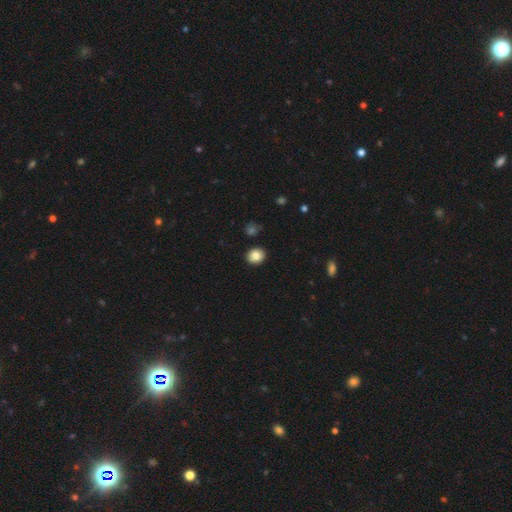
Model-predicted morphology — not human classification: smooth_or_featured: smooth (p=0.87) [alt: star or artifact p=0.09]
how_rounded: round (p=0.67) [alt: in between p=0.33]
merging: none (p=0.89) [alt: minor disturbance p=0.07]